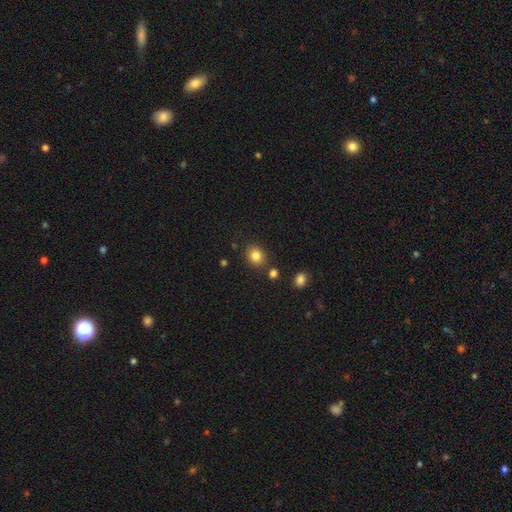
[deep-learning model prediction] This is clearly a smooth galaxy (84%). How rounded: likely round (71%). Merging: clearly none (83%).